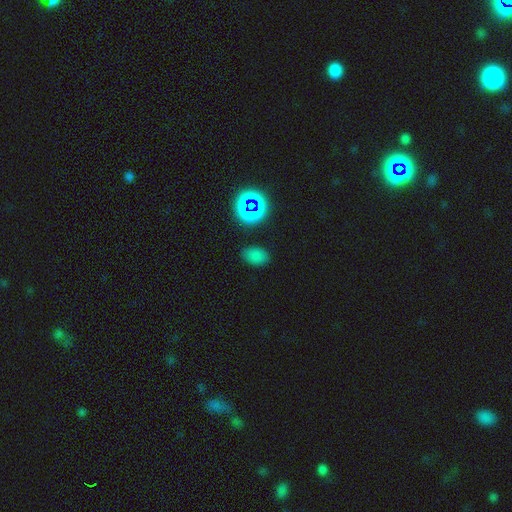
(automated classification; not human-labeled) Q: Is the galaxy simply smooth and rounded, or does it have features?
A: smooth — 73%.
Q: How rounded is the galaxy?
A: in between — 81%.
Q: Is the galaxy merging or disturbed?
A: none — 82%.